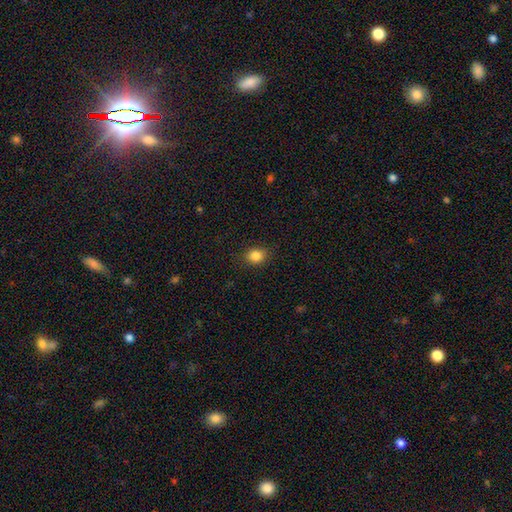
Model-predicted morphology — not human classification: type=smooth (85%); roundness=round (64%); merging=none (86%).